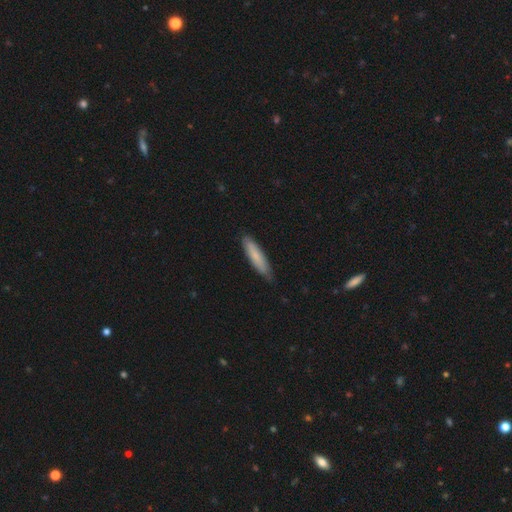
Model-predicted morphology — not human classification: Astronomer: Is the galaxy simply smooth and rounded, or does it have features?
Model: smooth — 78%.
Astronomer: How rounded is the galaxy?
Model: cigar-shaped — 78%.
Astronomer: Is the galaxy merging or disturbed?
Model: none — 80%.